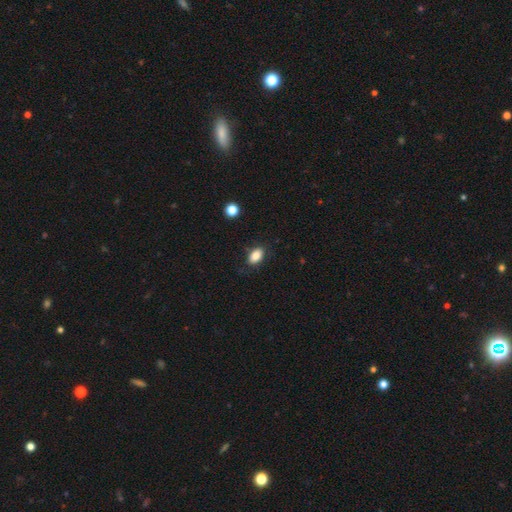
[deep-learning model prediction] The model was most divided on "merging": none: 83%, minor disturbance: 13%, major disturbance: 3%, merger: 1%. More confident: how rounded — in between (90%); smooth or featured — smooth (86%).